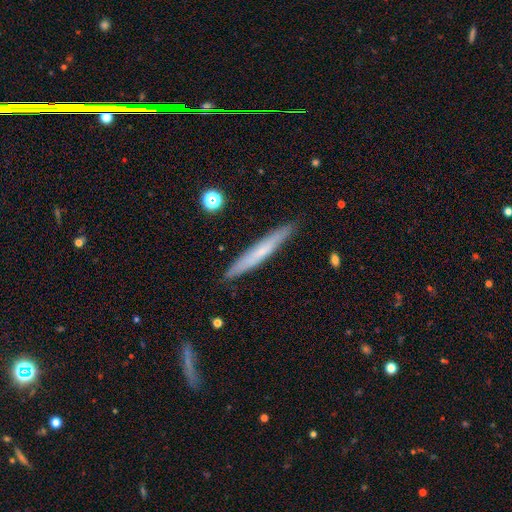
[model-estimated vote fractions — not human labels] A smooth galaxy with no disk features (51%) that is cigar-shaped (96%). Merging: none (89%).